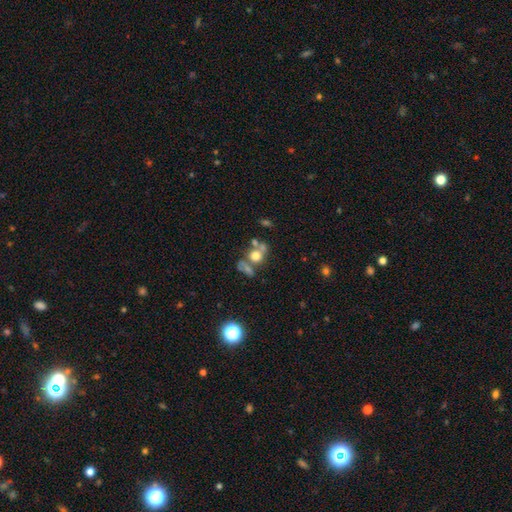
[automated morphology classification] smooth_or_featured: smooth (p=0.58) [alt: featured or disk p=0.25]
how_rounded: round (p=0.63) [alt: in between p=0.34]
merging: merger (p=0.43) [alt: none p=0.33]